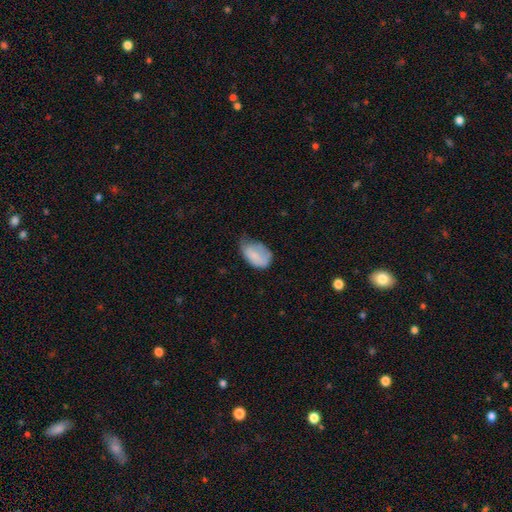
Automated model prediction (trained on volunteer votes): smooth_or_featured: smooth (p=0.77) [alt: featured or disk p=0.17]
how_rounded: in between (p=0.89) [alt: round p=0.09]
merging: minor disturbance (p=0.45) [alt: none p=0.29]